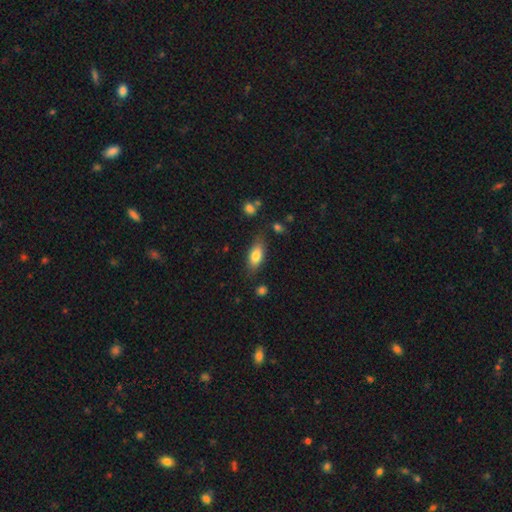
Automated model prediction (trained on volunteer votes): Overall: smooth (80%). How rounded: in between (84%). Merging: none (74%).